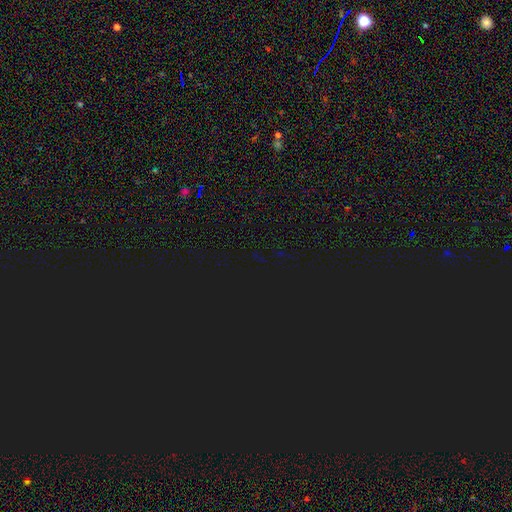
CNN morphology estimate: The model was most divided on "smooth or featured": star or artifact: 82%, smooth: 12%, featured or disk: 6%.